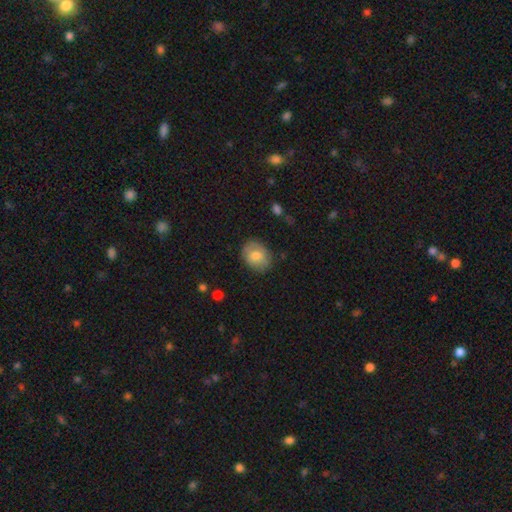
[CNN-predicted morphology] This is likely a smooth galaxy (68%). How rounded: possibly in between (53%). Merging: likely none (76%).